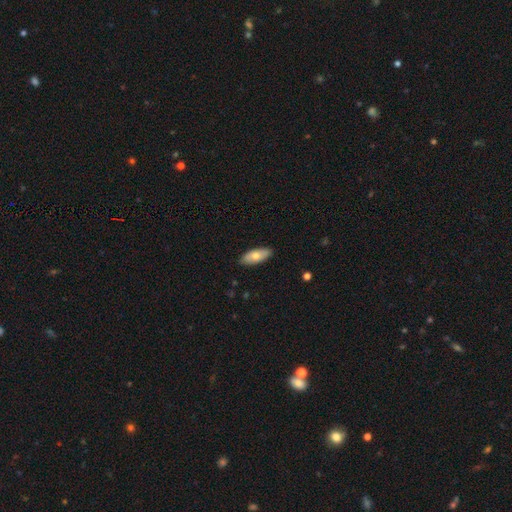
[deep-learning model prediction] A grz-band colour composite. It shows a smooth galaxy with no disk features (69%) that is in between round and cigar-shaped (82%). Merging: none (88%).